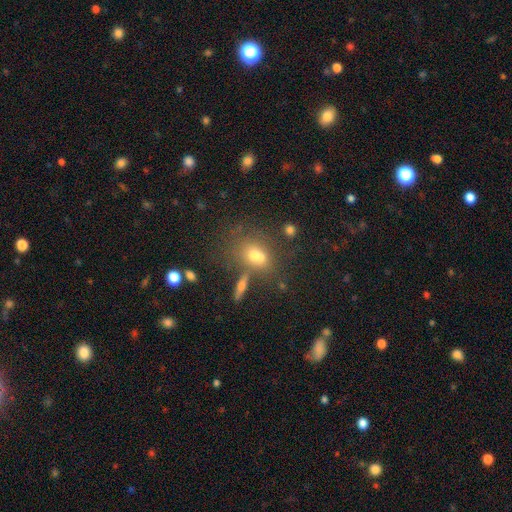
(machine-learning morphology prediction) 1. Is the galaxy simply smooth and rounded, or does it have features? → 63% smooth, 19% star or artifact, 18% featured or disk.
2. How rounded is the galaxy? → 61% in between, 35% round, 3% cigar-shaped.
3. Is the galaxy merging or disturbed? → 51% none, 28% merger, 13% minor disturbance, 7% major disturbance.